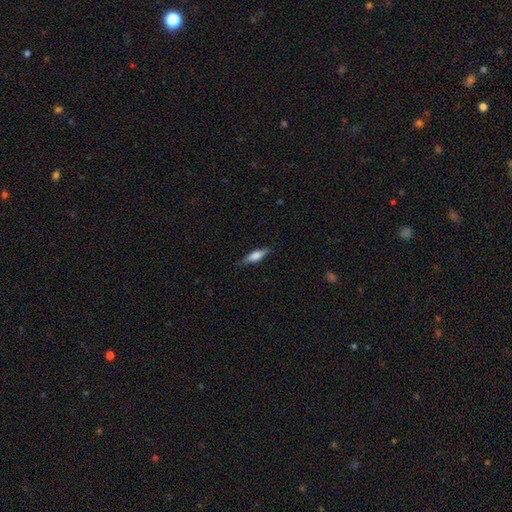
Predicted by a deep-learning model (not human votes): smooth 65%, featured or disk 29%, star or artifact 6%. Down the decision tree: how rounded — cigar-shaped (60%); merging — none (82%).